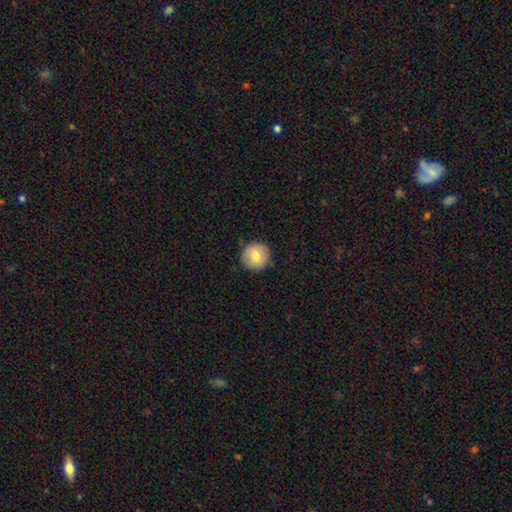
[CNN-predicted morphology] A smooth galaxy with no disk features (73%) that is round (94%).

Vote fractions:
- Smooth or featured? smooth: 73% / featured or disk: 19% / star or artifact: 8%
- How rounded? round: 94% / in between: 5% / cigar-shaped: 1%
- Merging? none: 88% / minor disturbance: 9% / major disturbance: 2% / merger: 1%